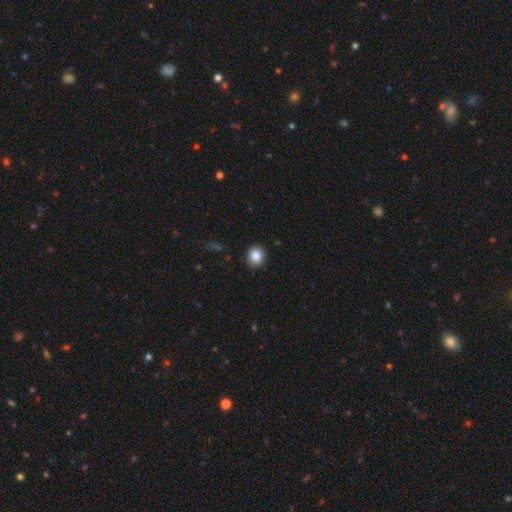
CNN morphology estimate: A smooth galaxy with no disk features (86%) that is round (74%).

Vote fractions:
- Smooth or featured? smooth: 86% / star or artifact: 9% / featured or disk: 4%
- How rounded? round: 74% / in between: 25% / cigar-shaped: 1%
- Merging? none: 88% / minor disturbance: 9% / major disturbance: 2% / merger: 1%